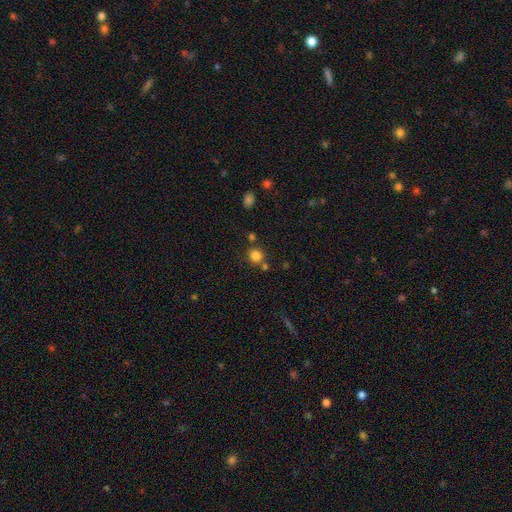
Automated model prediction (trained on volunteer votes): Smooth or featured? smooth (82%)
How rounded? round (88%)
Merging? none (72%)